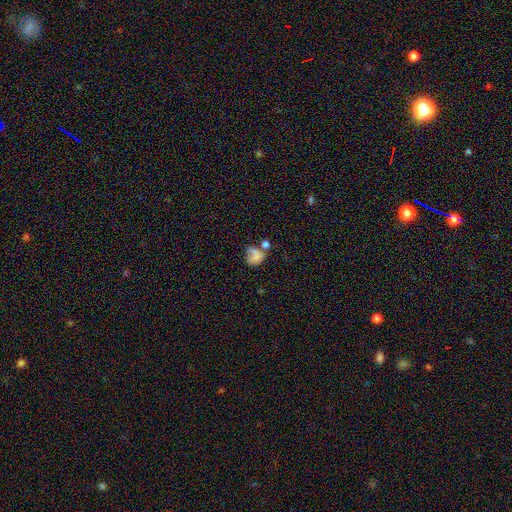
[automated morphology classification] Q: Smooth or featured?
A: smooth (69%); runner-up: featured or disk (18%)
Q: How rounded?
A: round (57%); runner-up: in between (42%)
Q: Merging?
A: none (33%); runner-up: merger (27%)